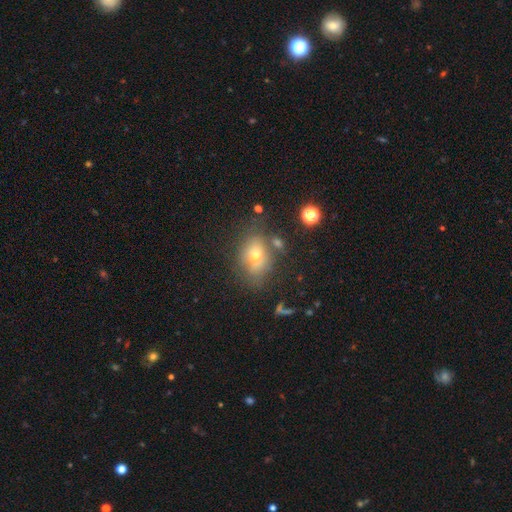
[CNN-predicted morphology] Smooth or featured? Predicted: smooth (p=0.63). How rounded? Predicted: in between (p=0.64). Merging? Predicted: none (p=0.65).